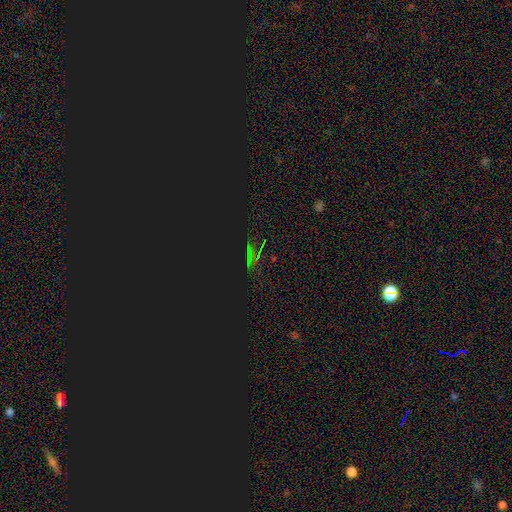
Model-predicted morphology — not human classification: Q: Smooth or featured?
A: star or artifact (80%); runner-up: smooth (12%)